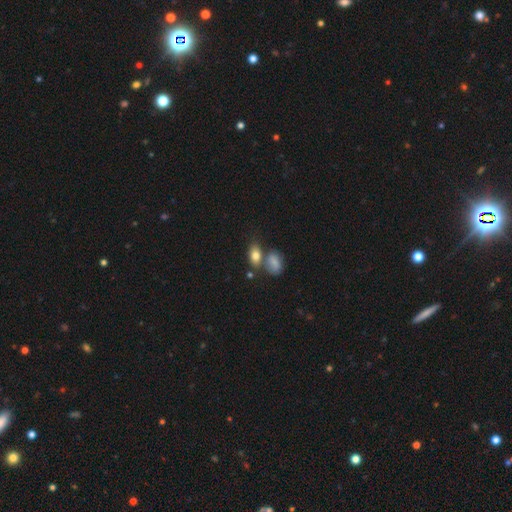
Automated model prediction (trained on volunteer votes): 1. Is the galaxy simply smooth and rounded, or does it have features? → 81% smooth, 11% featured or disk, 9% star or artifact.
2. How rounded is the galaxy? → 85% in between, 12% round, 3% cigar-shaped.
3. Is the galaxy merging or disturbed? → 49% none, 32% merger, 14% minor disturbance, 4% major disturbance.